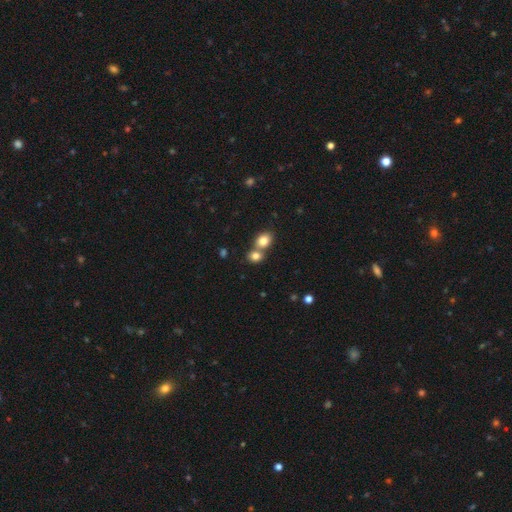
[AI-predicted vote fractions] Smooth or featured?
  - smooth: 81% *
  - star or artifact: 11%
  - featured or disk: 8%
How rounded?
  - round: 54% *
  - in between: 45%
  - cigar-shaped: 1%
Merging?
  - merger: 53% *
  - none: 38%
  - minor disturbance: 7%
  - major disturbance: 2%